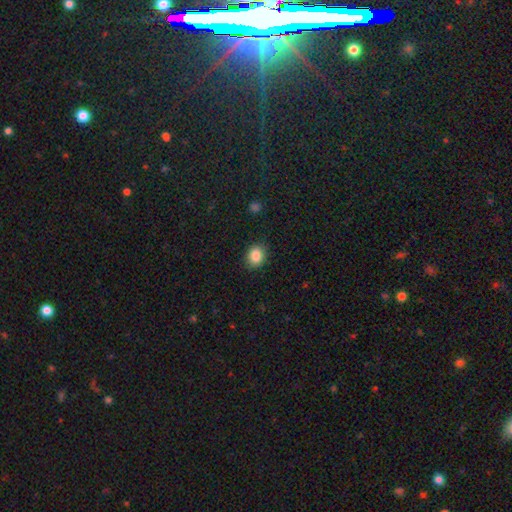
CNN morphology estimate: This is clearly a smooth galaxy (86%). How rounded: possibly round (51%). Merging: clearly none (87%).